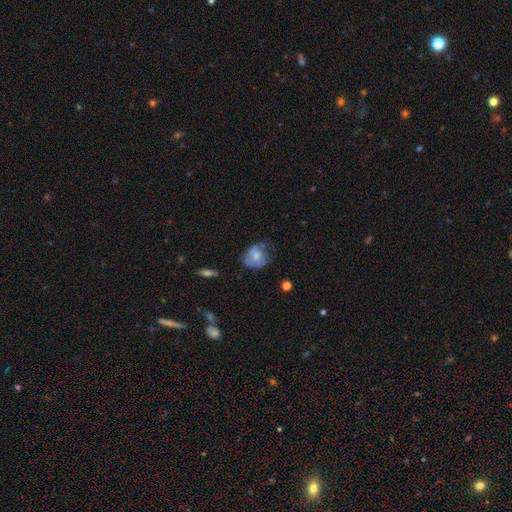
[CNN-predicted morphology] Smooth or featured? smooth (57%)
How rounded? round (55%)
Merging? none (41%)